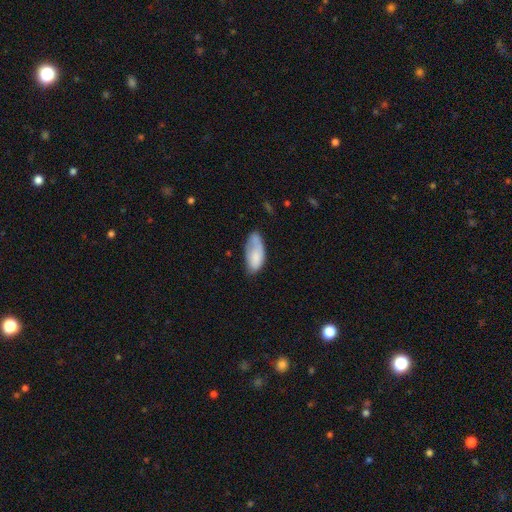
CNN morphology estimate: smooth 75%, featured or disk 19%, star or artifact 7%. Down the decision tree: how rounded — in between (90%); merging — none (44%).